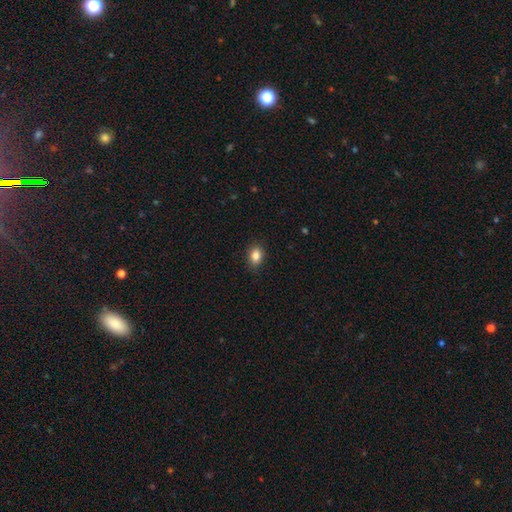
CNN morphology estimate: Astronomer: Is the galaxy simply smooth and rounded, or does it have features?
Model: smooth — 85%.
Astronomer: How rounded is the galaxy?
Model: in between — 71%.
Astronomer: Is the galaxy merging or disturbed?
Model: none — 88%.